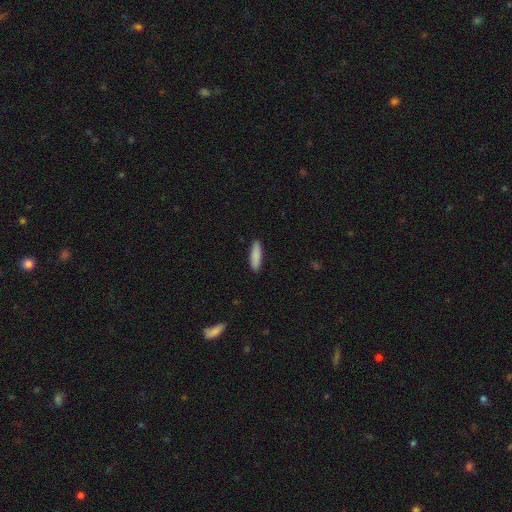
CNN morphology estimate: smooth-or-featured: smooth: 87% | featured or disk: 7% | star or artifact: 6%
  how-rounded: cigar-shaped: 70% | in between: 29% | round: 1%
  merging: none: 90% | minor disturbance: 8% | major disturbance: 2% | merger: 1%